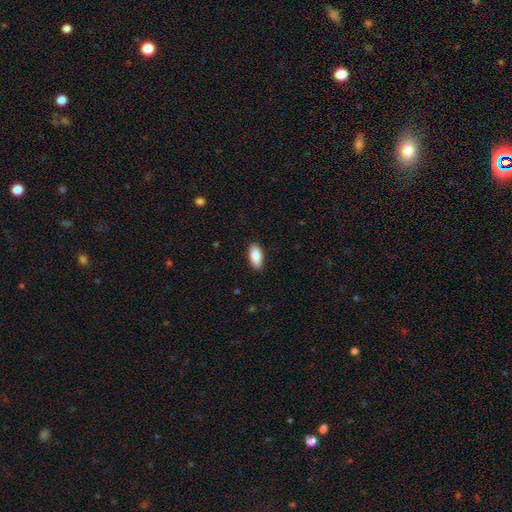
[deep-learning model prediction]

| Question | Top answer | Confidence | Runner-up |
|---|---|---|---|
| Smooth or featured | smooth | 89% | star or artifact (6%) |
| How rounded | in between | 90% | cigar-shaped (8%) |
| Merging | none | 87% | minor disturbance (10%) |